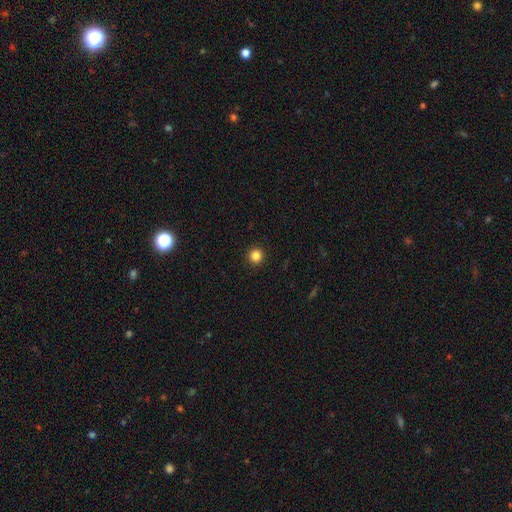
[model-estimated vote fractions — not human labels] This appears to be a smooth galaxy with no disk features (84%) that is round (95%). Merging: none (93%).